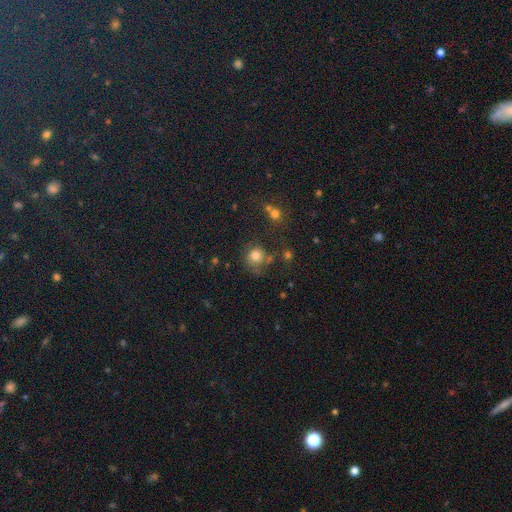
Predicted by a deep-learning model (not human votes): smooth_or_featured: smooth (p=0.77) [alt: star or artifact p=0.15]
how_rounded: round (p=0.88) [alt: in between p=0.11]
merging: none (p=0.65) [alt: minor disturbance p=0.16]